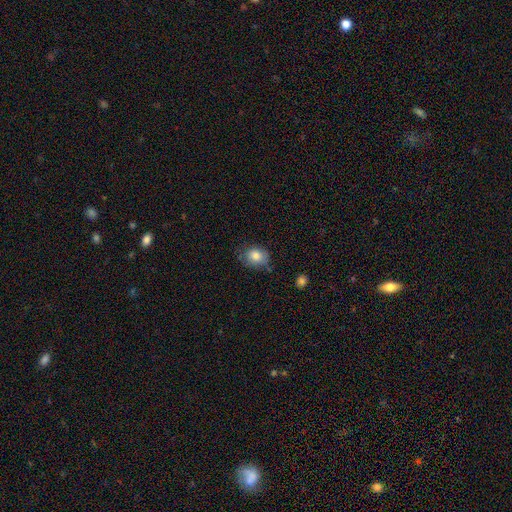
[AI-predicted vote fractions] Q: Smooth or featured?
A: smooth (79%); runner-up: featured or disk (12%)
Q: How rounded?
A: round (51%); runner-up: in between (48%)
Q: Merging?
A: none (65%); runner-up: minor disturbance (26%)